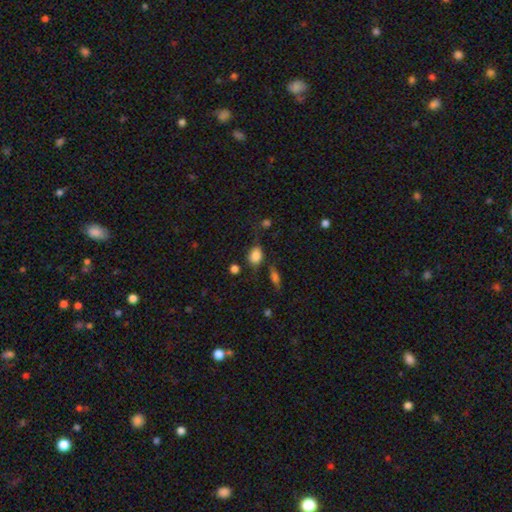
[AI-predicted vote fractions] smooth_or_featured: smooth (p=0.80) [alt: star or artifact p=0.11]
how_rounded: in between (p=0.60) [alt: round p=0.38]
merging: none (p=0.59) [alt: minor disturbance p=0.25]